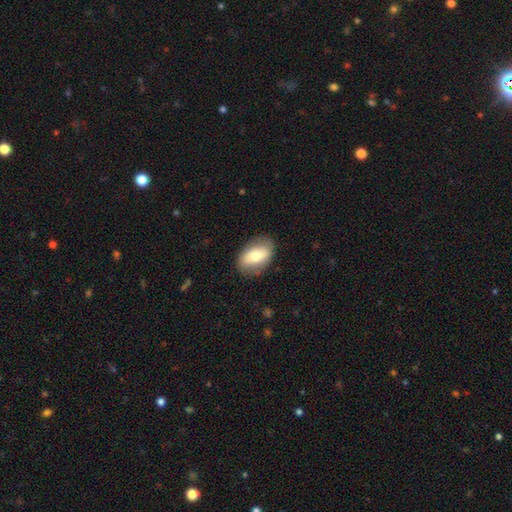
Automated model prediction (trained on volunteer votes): Overall: smooth (67%). How rounded: in between (90%). Merging: none (79%).